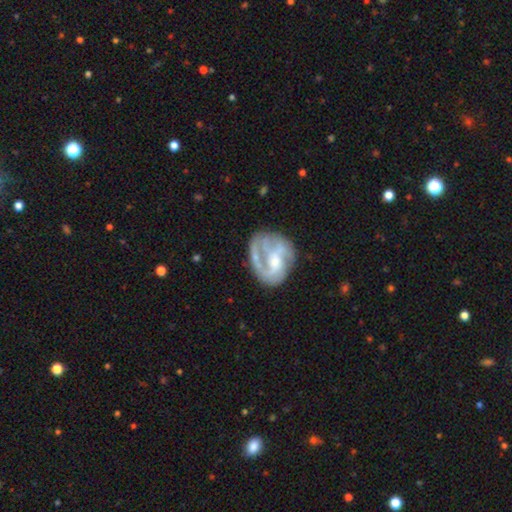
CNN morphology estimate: smooth_or_featured: featured or disk (p=0.78) [alt: smooth p=0.16]
disk_edge_on: no (p=0.98) [alt: yes p=0.02]
bar: no (p=0.45) [alt: weak p=0.40]
has_spiral_arms: yes (p=0.86) [alt: no p=0.14]
spiral_winding: medium (p=0.44) [alt: tight p=0.32]
spiral_arm_count: 2 (p=0.39) [alt: 3 p=0.21]
bulge_size: small (p=0.43) [alt: moderate p=0.42]
merging: none (p=0.55) [alt: minor disturbance p=0.21]